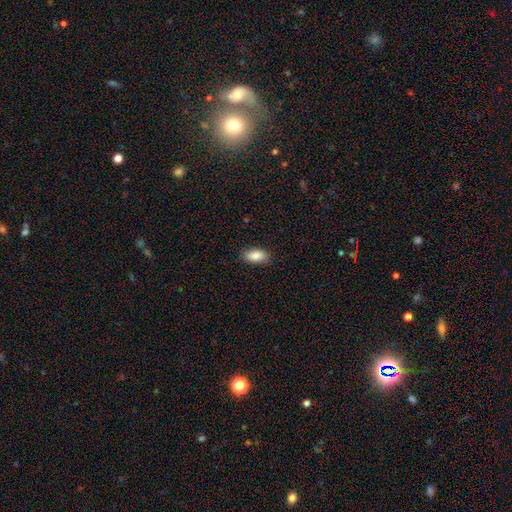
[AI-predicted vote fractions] smooth-or-featured: smooth: 88% | star or artifact: 7% | featured or disk: 6%
  how-rounded: in between: 92% | cigar-shaped: 5% | round: 3%
  merging: none: 87% | minor disturbance: 10% | major disturbance: 2% | merger: 1%